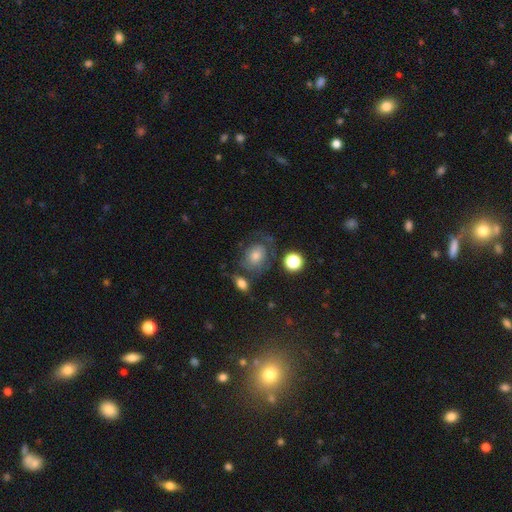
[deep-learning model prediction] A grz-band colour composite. It shows a smooth galaxy with no disk features (55%) that is in between round and cigar-shaped (50%). Merging: none (49%).